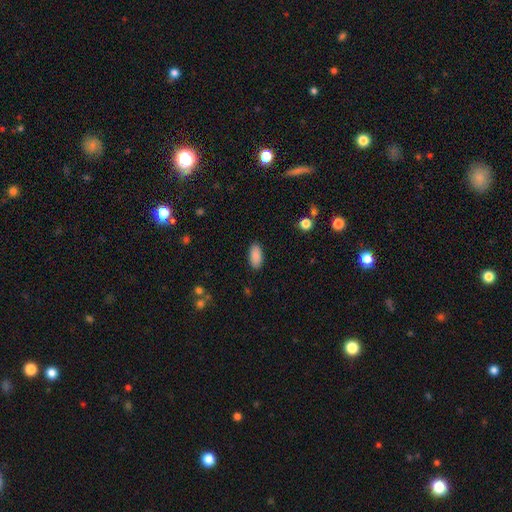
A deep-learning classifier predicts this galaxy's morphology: The model was most divided on "merging": none: 89%, minor disturbance: 8%, major disturbance: 2%, merger: 1%. More confident: how rounded — in between (91%); smooth or featured — smooth (89%).